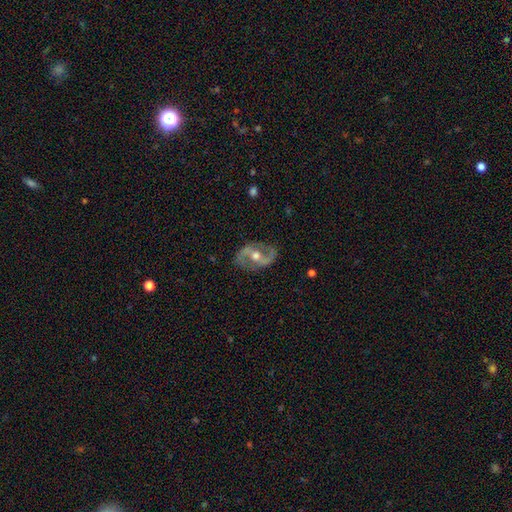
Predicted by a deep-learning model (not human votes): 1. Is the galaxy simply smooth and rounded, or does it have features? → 87% featured or disk, 8% smooth, 5% star or artifact.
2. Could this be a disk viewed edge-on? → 96% no, 4% yes.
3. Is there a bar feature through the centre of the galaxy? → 40% weak, 32% no, 28% strong.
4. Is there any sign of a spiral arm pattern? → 91% yes, 9% no.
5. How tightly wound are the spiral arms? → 46% medium, 39% loose, 15% tight.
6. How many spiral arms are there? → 92% 2, 3% can't tell, 2% 1, 1% 3, 1% 4, 1% more than 4.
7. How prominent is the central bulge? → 75% moderate, 16% small, 6% large, 1% none, 1% dominant.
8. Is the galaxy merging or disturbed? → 82% none, 13% minor disturbance, 5% major disturbance, 1% merger.